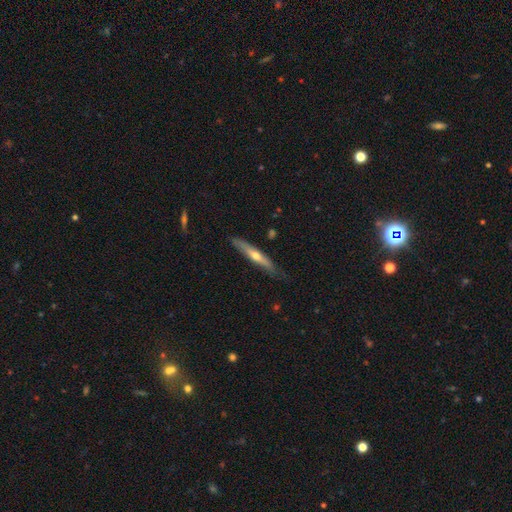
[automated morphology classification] This is possibly a featured or disk galaxy (57%). It is clearly viewed edge-on (90%). Edge-on bulge: clearly rounded (83%). Merging: likely none (77%).